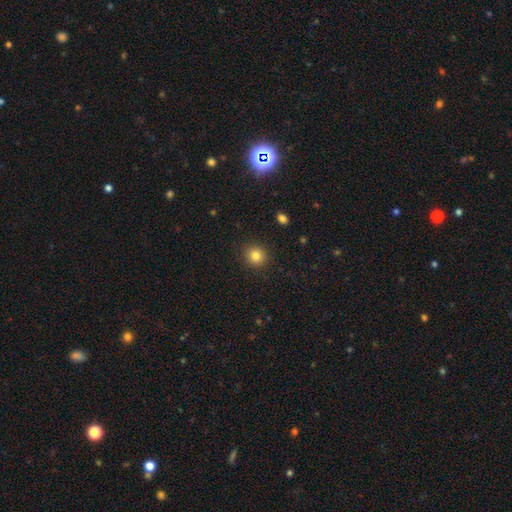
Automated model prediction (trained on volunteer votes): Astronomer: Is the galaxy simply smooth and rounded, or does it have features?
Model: smooth — 83%.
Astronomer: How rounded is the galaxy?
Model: round — 88%.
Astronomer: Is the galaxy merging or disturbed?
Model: none — 91%.